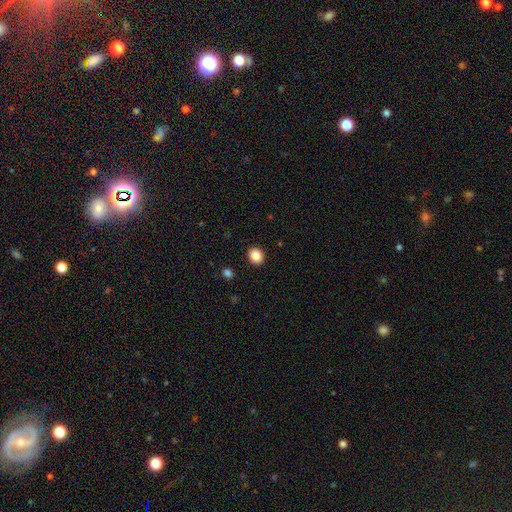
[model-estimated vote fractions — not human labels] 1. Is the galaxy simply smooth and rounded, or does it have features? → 87% smooth, 9% star or artifact, 4% featured or disk.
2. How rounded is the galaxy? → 74% round, 25% in between, 1% cigar-shaped.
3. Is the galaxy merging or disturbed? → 92% none, 5% minor disturbance, 2% major disturbance, 1% merger.